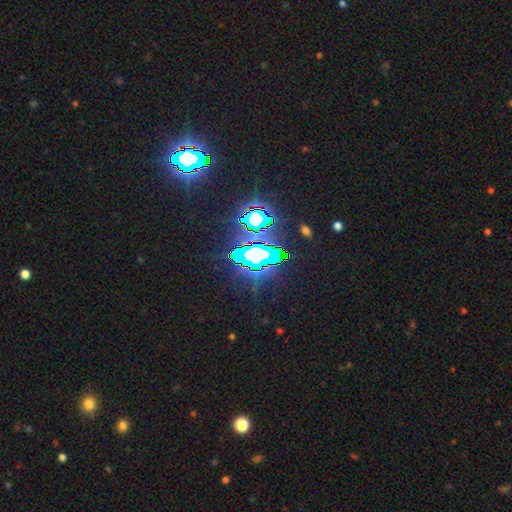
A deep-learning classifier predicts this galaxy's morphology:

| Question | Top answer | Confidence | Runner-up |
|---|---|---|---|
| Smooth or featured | star or artifact | 74% | featured or disk (13%) |